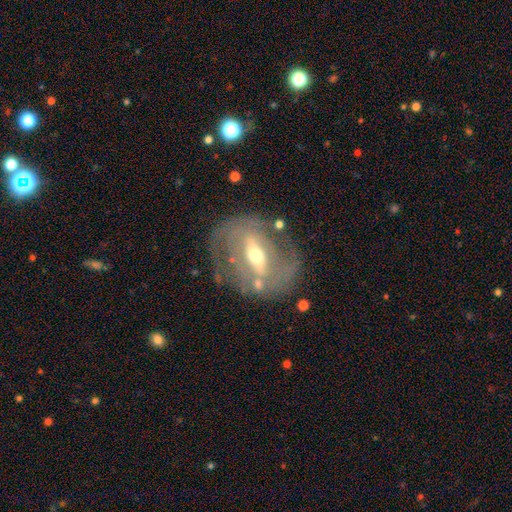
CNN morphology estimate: Smooth or featured? Predicted: featured or disk (p=0.78). Edge-on disk? Predicted: no (p=0.84). Bar? Predicted: strong (p=0.61). Spiral arms? Predicted: no (p=0.51). Bulge size? Predicted: moderate (p=0.62). Merging? Predicted: none (p=0.70).